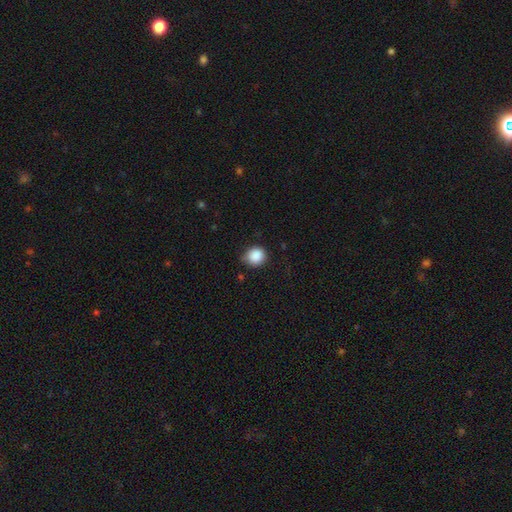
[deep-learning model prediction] Morphology: type=smooth (88%); roundness=round (85%); merging=none (70%).